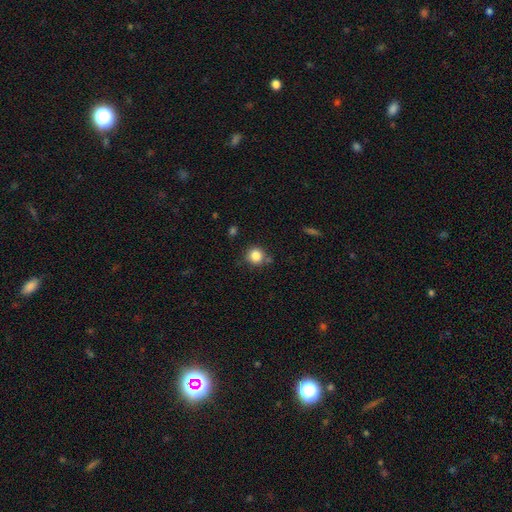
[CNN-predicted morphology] A smooth galaxy with no disk features (84%) that is round (90%). Merging: none (77%).